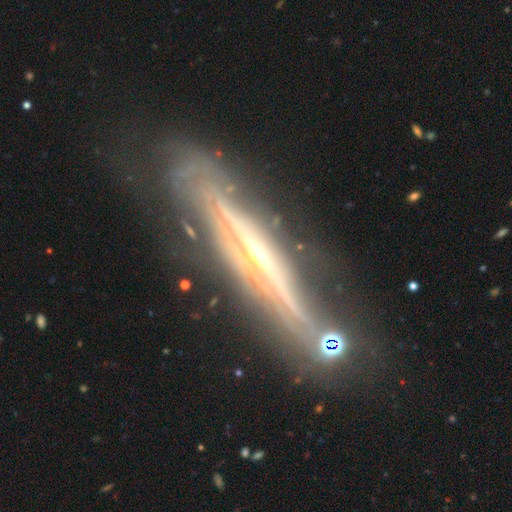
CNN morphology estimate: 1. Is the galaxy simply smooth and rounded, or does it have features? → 84% featured or disk, 10% smooth, 6% star or artifact.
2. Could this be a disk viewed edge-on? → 76% yes, 24% no.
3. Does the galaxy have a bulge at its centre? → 72% rounded, 23% none, 4% boxy.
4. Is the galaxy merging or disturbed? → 61% none, 20% minor disturbance, 10% merger, 9% major disturbance.